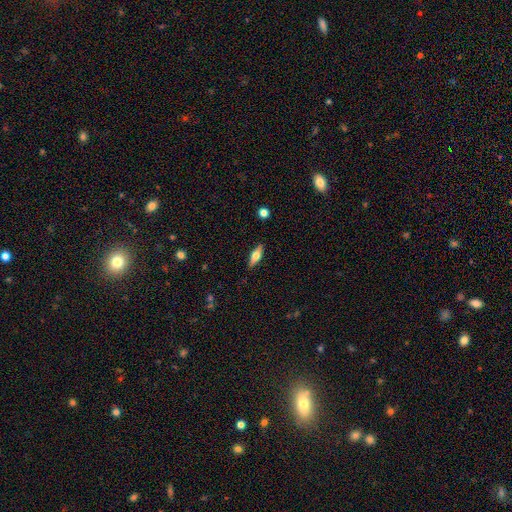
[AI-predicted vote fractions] The model was most divided on "smooth or featured": smooth: 51%, featured or disk: 42%, star or artifact: 7%. More confident: merging — none (87%); how rounded — in between (55%).